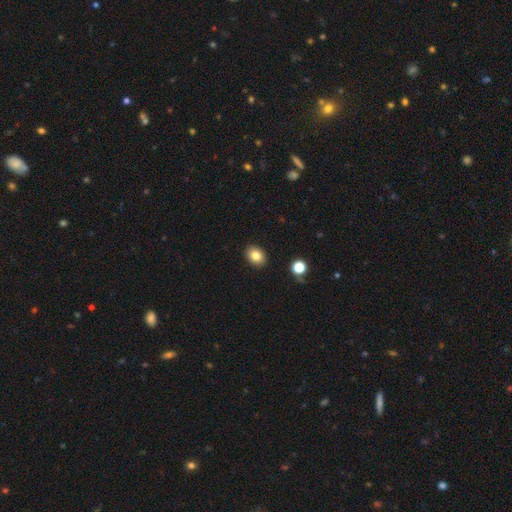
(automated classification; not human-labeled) Overall: smooth (82%). How rounded: in between (62%; round 37%). Merging: none (89%).